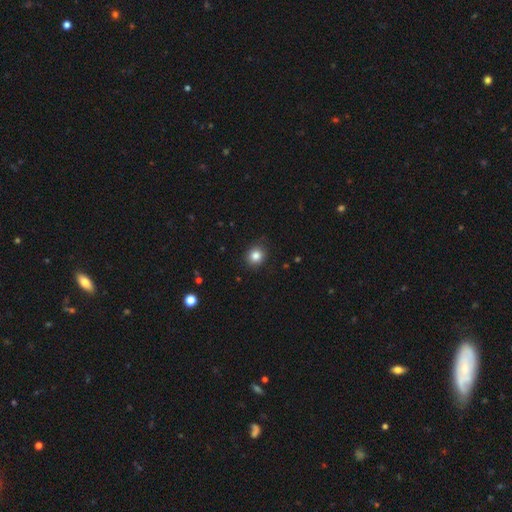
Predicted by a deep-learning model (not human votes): Overall: smooth (84%). How rounded: round (78%). Merging: none (87%).